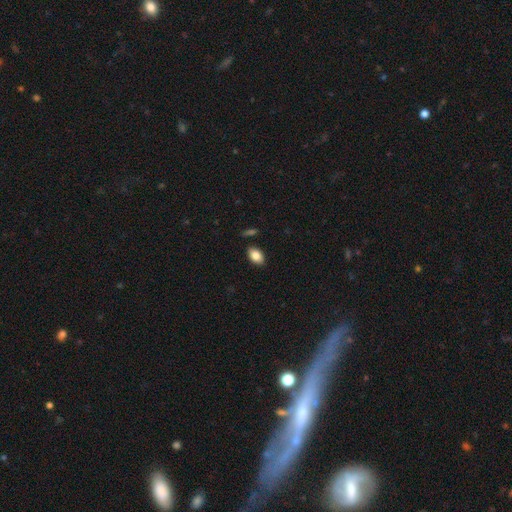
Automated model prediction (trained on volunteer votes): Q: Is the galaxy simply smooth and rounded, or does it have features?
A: smooth — 84%.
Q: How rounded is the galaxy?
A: in between — 90%.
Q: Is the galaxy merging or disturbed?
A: none — 85%.